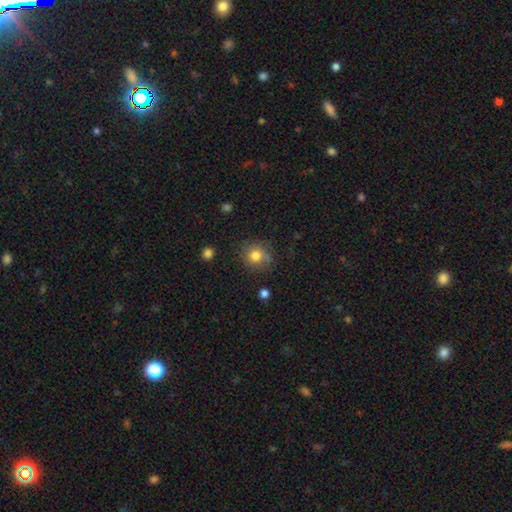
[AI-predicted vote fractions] smooth-or-featured: smooth: 80% | star or artifact: 12% | featured or disk: 8%
  how-rounded: round: 87% | in between: 12% | cigar-shaped: 1%
  merging: none: 78% | minor disturbance: 15% | major disturbance: 4% | merger: 3%